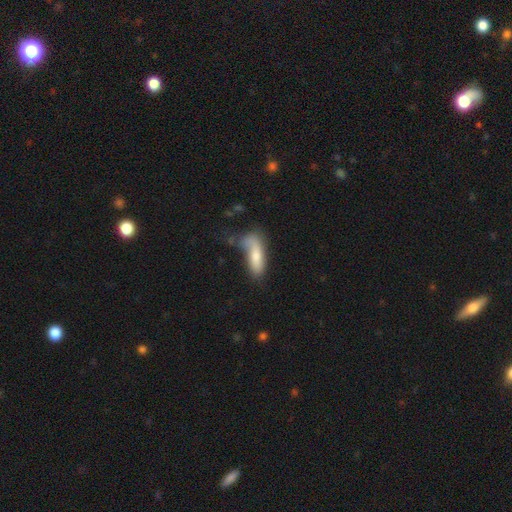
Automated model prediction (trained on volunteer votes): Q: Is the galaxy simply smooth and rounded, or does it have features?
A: smooth — 69%.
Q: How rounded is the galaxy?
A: in between — 57%.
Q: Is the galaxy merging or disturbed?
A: none — 43%.